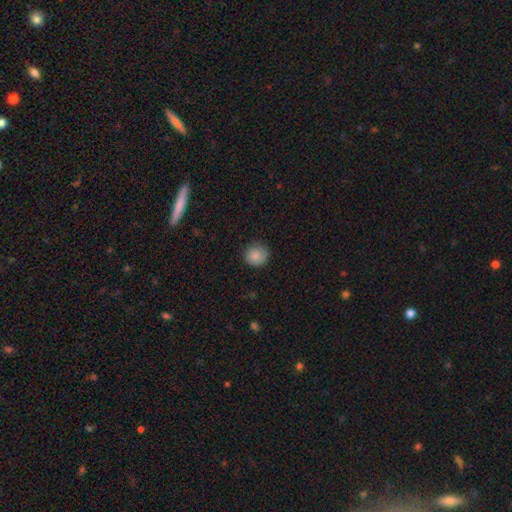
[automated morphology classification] Overall: smooth (86%). How rounded: round (91%). Merging: none (82%).